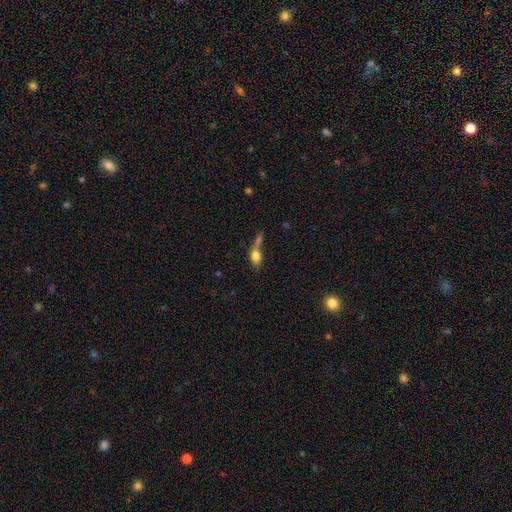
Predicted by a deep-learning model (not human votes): Morphology: type=smooth (73%); roundness=in between (72%); merging=merger (44%).